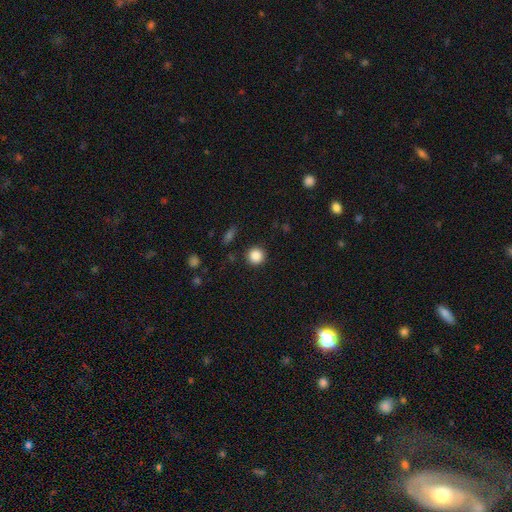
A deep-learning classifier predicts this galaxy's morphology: smooth_or_featured: smooth (p=0.86) [alt: star or artifact p=0.10]
how_rounded: round (p=0.95) [alt: in between p=0.04]
merging: none (p=0.91) [alt: minor disturbance p=0.05]